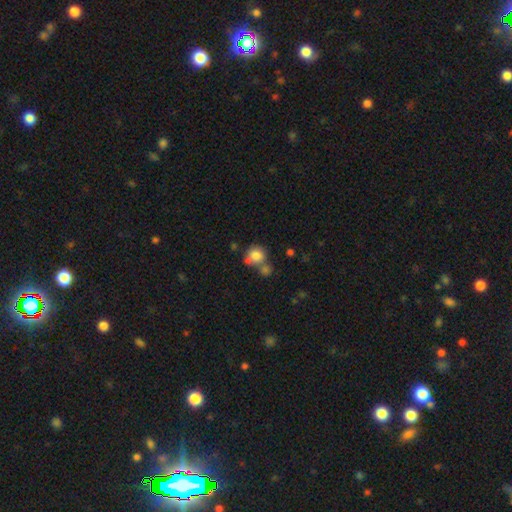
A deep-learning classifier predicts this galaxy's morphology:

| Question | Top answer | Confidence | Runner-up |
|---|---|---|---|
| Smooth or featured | smooth | 81% | featured or disk (10%) |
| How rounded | round | 83% | in between (16%) |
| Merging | none | 50% | merger (31%) |